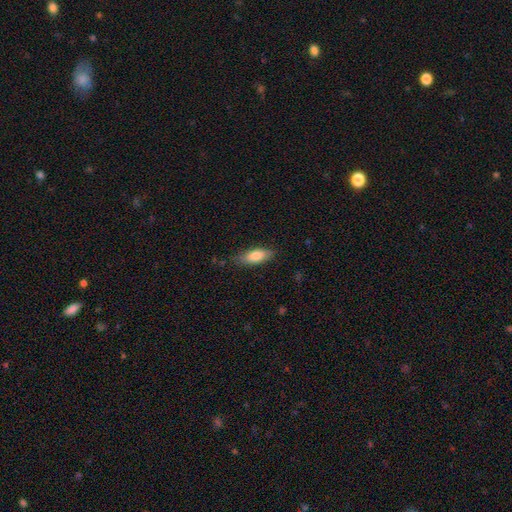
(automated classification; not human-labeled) Smooth or featured? Predicted: smooth (p=0.82). How rounded? Predicted: in between (p=0.70). Merging? Predicted: none (p=0.78).